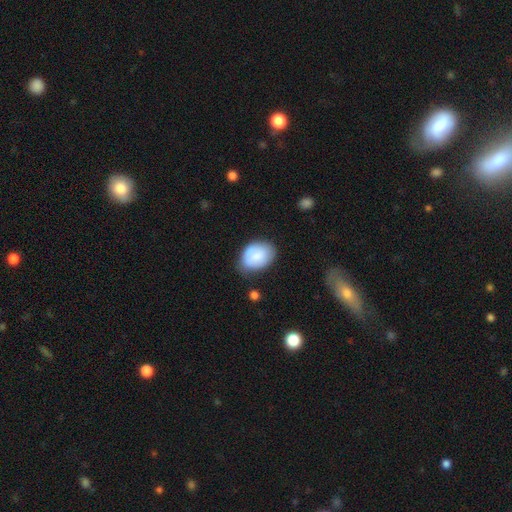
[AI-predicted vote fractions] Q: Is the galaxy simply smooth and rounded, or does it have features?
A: smooth — 81%.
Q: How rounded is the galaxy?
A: in between — 77%.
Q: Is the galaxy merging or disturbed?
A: none — 65%.